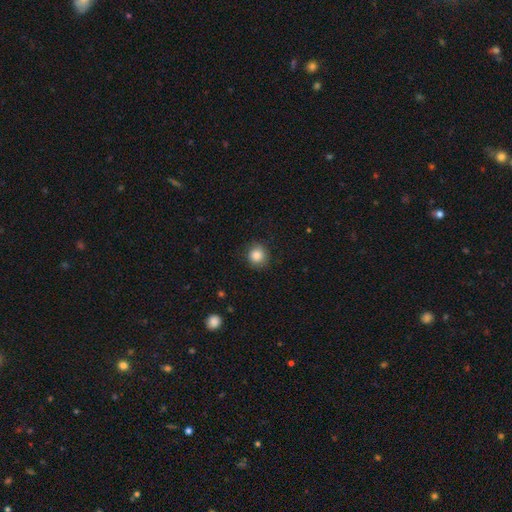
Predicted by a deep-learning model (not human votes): Smooth or featured? Predicted: smooth (p=0.85). How rounded? Predicted: round (p=0.89). Merging? Predicted: none (p=0.86).